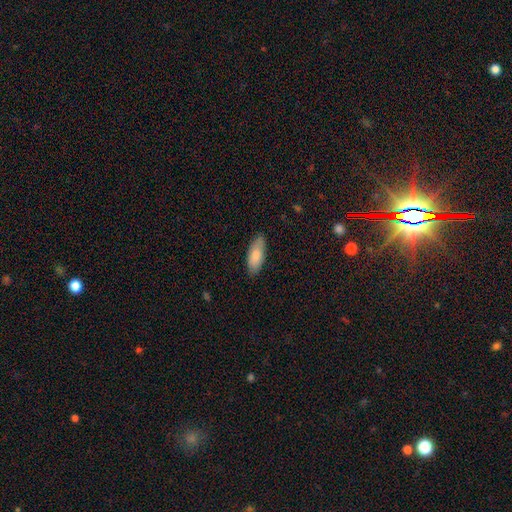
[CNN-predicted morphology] Smooth or featured? Predicted: smooth (p=0.82). How rounded? Predicted: in between (p=0.82). Merging? Predicted: none (p=0.82).